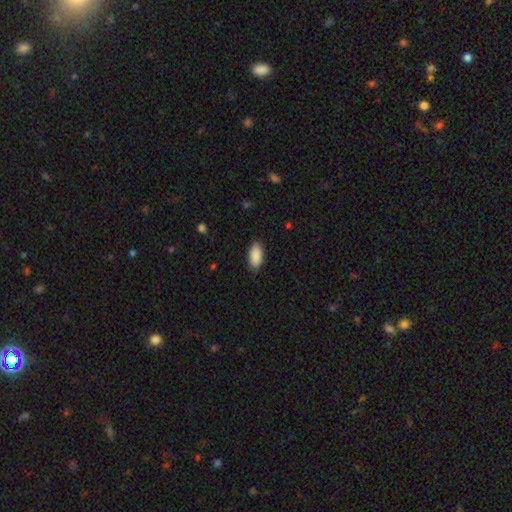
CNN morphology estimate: A smooth galaxy with no disk features (91%) that is in between round and cigar-shaped (93%).

Vote fractions:
- Smooth or featured? smooth: 91% / star or artifact: 6% / featured or disk: 3%
- How rounded? in between: 93% / cigar-shaped: 5% / round: 2%
- Merging? none: 88% / minor disturbance: 9% / major disturbance: 2% / merger: 1%